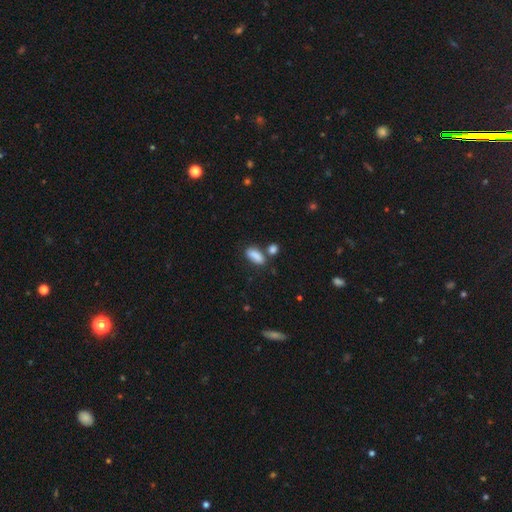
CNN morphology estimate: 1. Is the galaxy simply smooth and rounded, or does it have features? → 87% smooth, 8% star or artifact, 6% featured or disk.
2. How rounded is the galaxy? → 83% in between, 12% cigar-shaped, 5% round.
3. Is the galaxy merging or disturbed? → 61% none, 20% merger, 15% minor disturbance, 4% major disturbance.